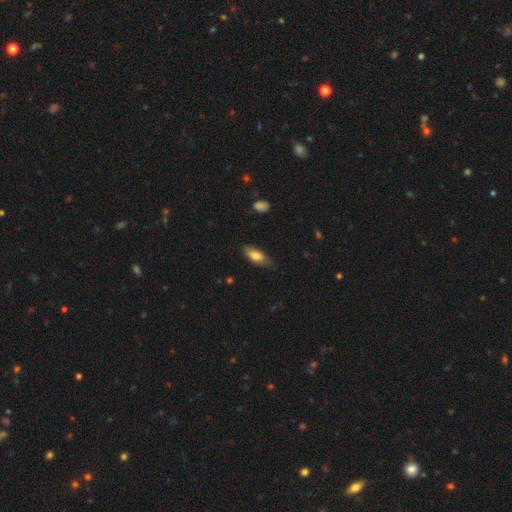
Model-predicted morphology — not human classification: Smooth or featured? Predicted: smooth (p=0.78). How rounded? Predicted: in between (p=0.74). Merging? Predicted: none (p=0.77).